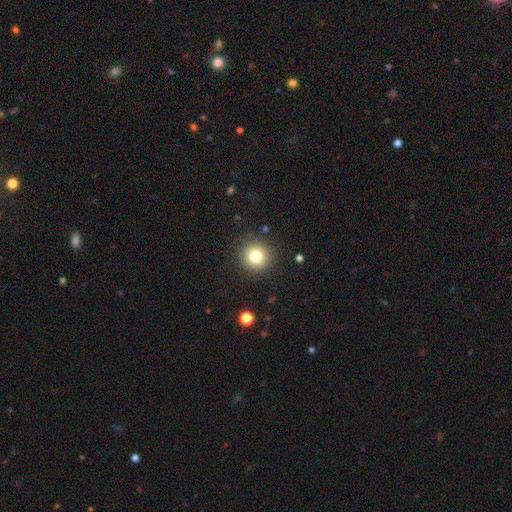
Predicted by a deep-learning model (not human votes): Smooth or featured: smooth — 80% (star or artifact — 12%)
How rounded: round — 93% (in between — 6%)
Merging: none — 89% (minor disturbance — 7%)